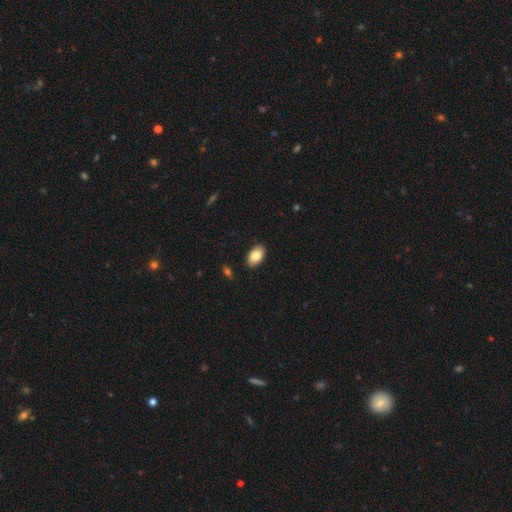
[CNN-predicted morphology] The model was most divided on "smooth or featured": smooth: 84%, featured or disk: 9%, star or artifact: 7%. More confident: how rounded — in between (93%); merging — none (89%).